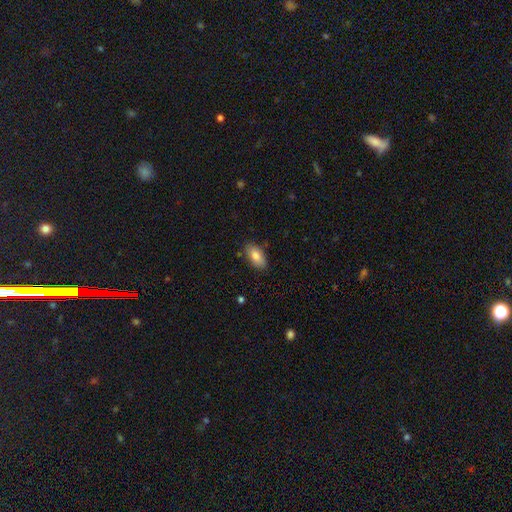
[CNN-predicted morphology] Smooth or featured? Predicted: smooth (p=0.84). How rounded? Predicted: in between (p=0.91). Merging? Predicted: none (p=0.83).